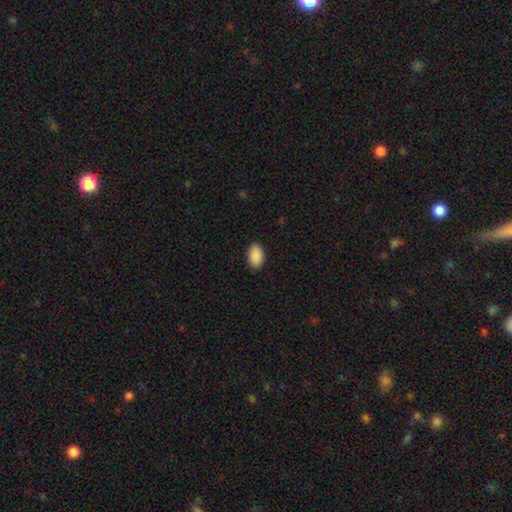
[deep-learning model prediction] This appears to be a smooth galaxy with no disk features (91%) that is in between round and cigar-shaped (93%). Merging: none (89%).